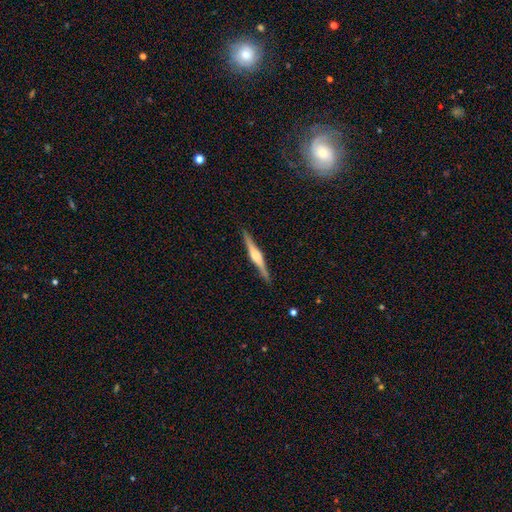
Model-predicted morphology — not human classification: Smooth or featured? Predicted: featured or disk (p=0.77). Edge-on disk? Predicted: yes (p=0.98). Edge-on bulge? Predicted: rounded (p=0.70). Merging? Predicted: none (p=0.90).